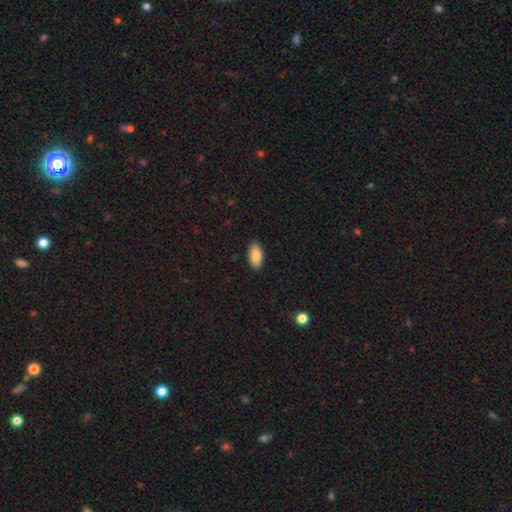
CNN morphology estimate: Smooth or featured? Predicted: smooth (p=0.89). How rounded? Predicted: in between (p=0.91). Merging? Predicted: none (p=0.89).